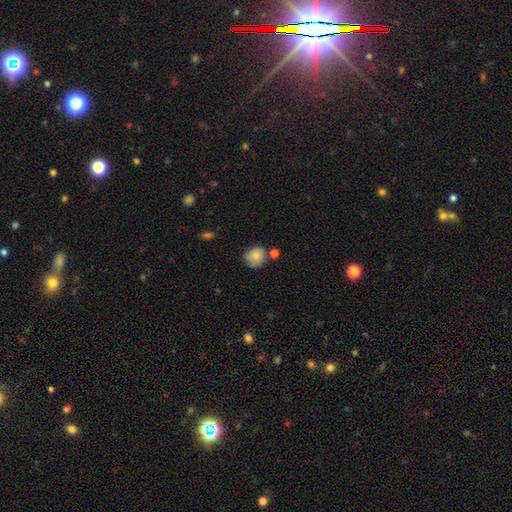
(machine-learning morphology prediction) Overall: smooth (82%). How rounded: round (72%). Merging: none (58%; minor disturbance 23%).